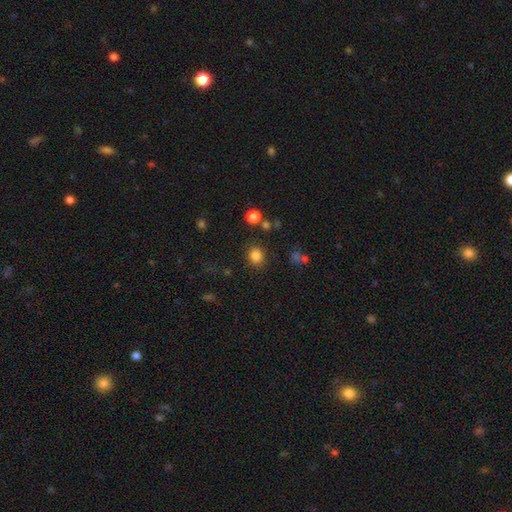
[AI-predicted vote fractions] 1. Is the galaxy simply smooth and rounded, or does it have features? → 83% smooth, 12% star or artifact, 5% featured or disk.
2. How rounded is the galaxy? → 71% round, 28% in between, 1% cigar-shaped.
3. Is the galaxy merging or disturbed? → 84% none, 9% minor disturbance, 4% major disturbance, 3% merger.